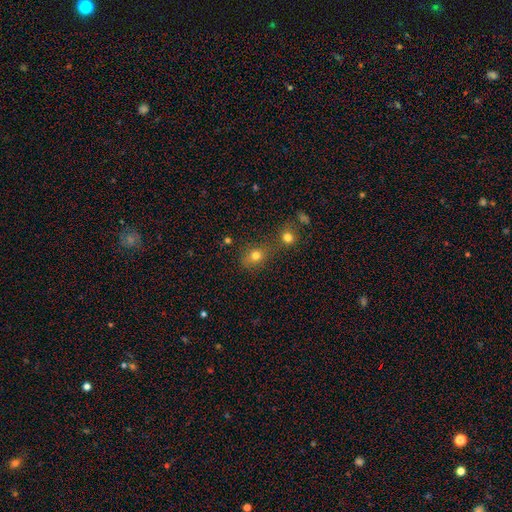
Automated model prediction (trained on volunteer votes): Q: Smooth or featured?
A: smooth (75%); runner-up: star or artifact (15%)
Q: How rounded?
A: round (59%); runner-up: in between (40%)
Q: Merging?
A: none (58%); runner-up: merger (25%)